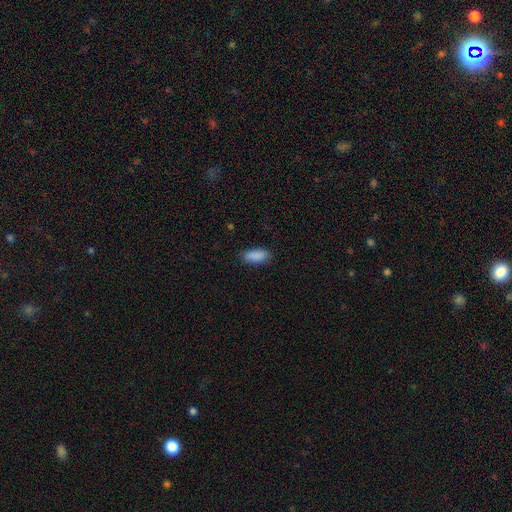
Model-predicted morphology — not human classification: Smooth or featured?
  - smooth: 89% *
  - star or artifact: 7%
  - featured or disk: 4%
How rounded?
  - in between: 86% *
  - cigar-shaped: 11%
  - round: 2%
Merging?
  - none: 83% *
  - minor disturbance: 13%
  - major disturbance: 3%
  - merger: 1%